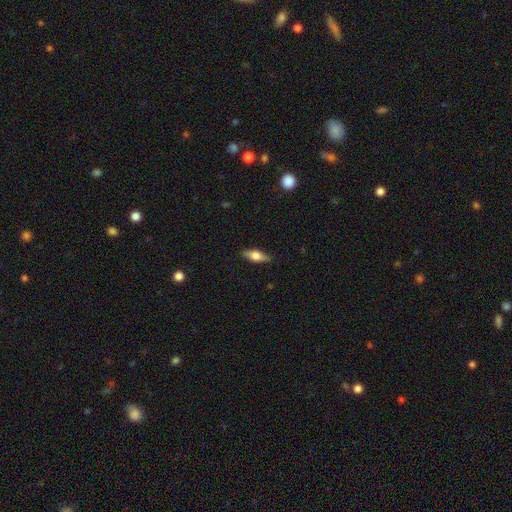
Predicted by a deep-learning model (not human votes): Smooth or featured? Predicted: smooth (p=0.60). How rounded? Predicted: in between (p=0.66). Merging? Predicted: none (p=0.84).